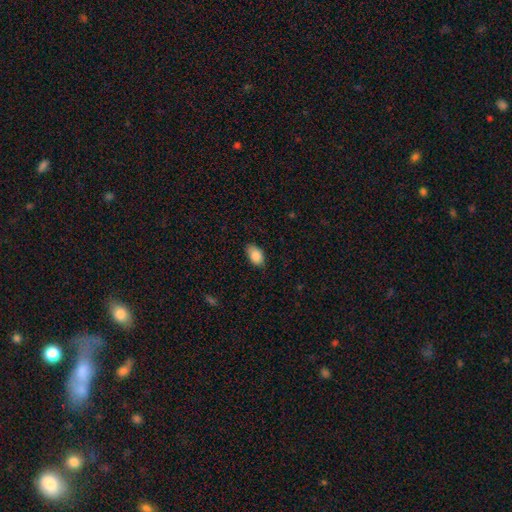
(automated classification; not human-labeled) smooth-or-featured: smooth: 87% | star or artifact: 7% | featured or disk: 6%
  how-rounded: in between: 90% | round: 8% | cigar-shaped: 1%
  merging: none: 78% | minor disturbance: 18% | major disturbance: 3% | merger: 1%